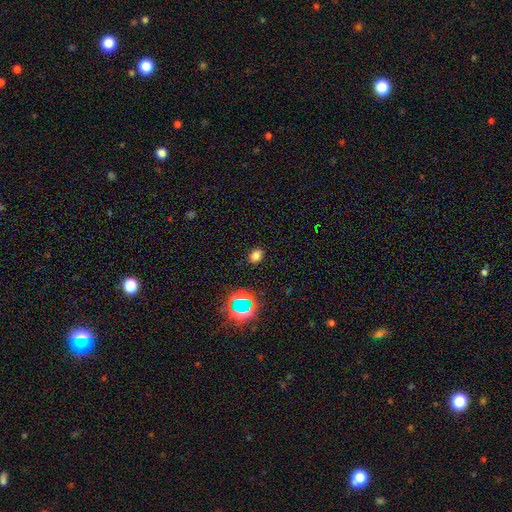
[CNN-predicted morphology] type=smooth (73%); roundness=in between (65%); merging=none (87%).